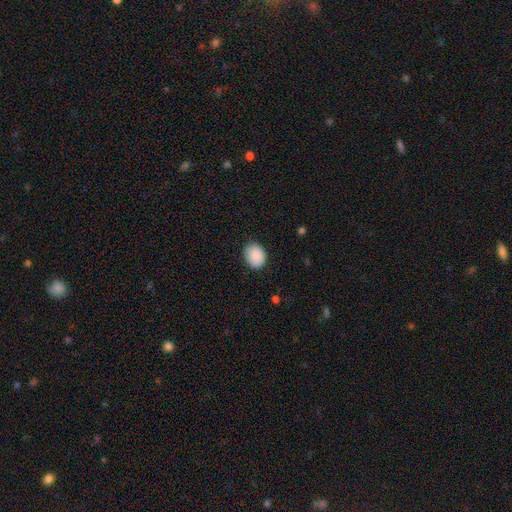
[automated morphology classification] Smooth or featured? Predicted: smooth (p=0.89). How rounded? Predicted: round (p=0.52). Merging? Predicted: none (p=0.84).